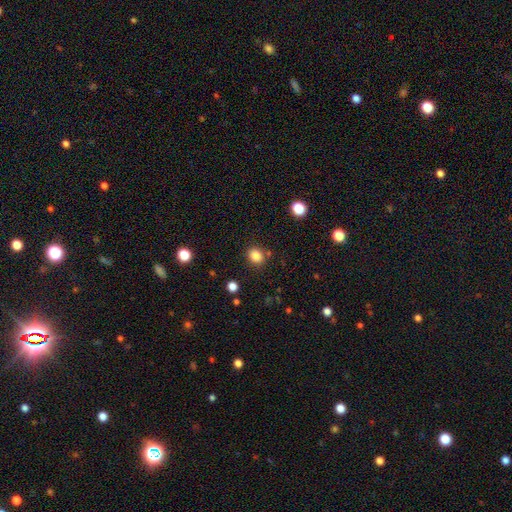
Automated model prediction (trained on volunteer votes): smooth 85%, star or artifact 11%, featured or disk 4%. Down the decision tree: how rounded — round (61%); merging — none (83%).